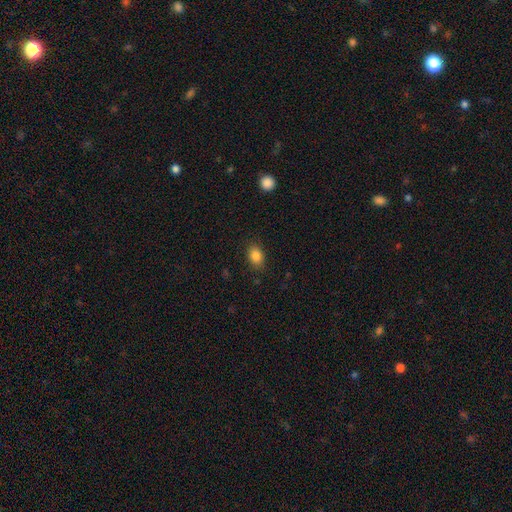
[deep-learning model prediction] Morphology: type=smooth (85%); roundness=in between (77%); merging=none (85%).